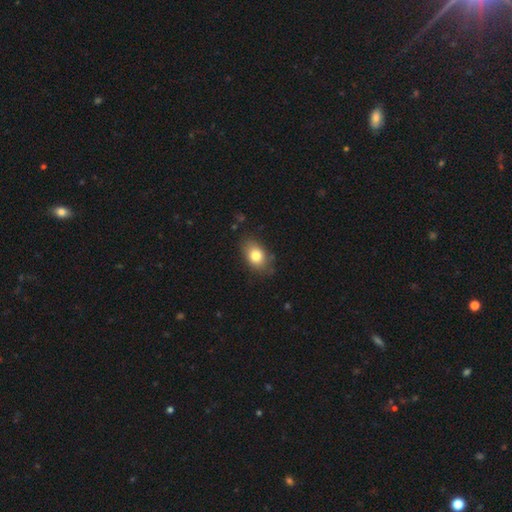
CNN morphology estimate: smooth 79%, featured or disk 12%, star or artifact 9%. Down the decision tree: how rounded — in between (81%); merging — none (78%).